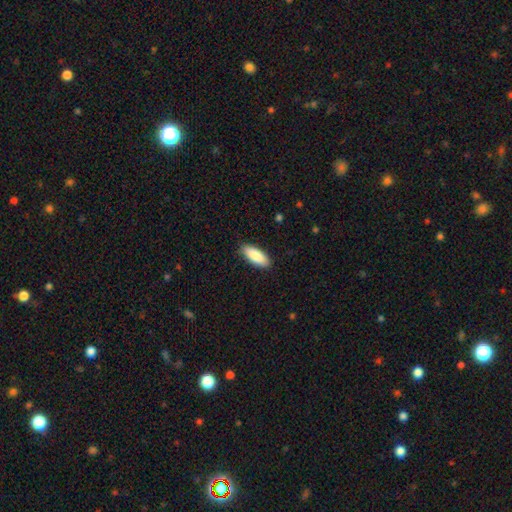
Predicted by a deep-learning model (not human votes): A smooth galaxy with no disk features (88%) that is in between round and cigar-shaped (78%).

Vote fractions:
- Smooth or featured? smooth: 88% / featured or disk: 6% / star or artifact: 6%
- How rounded? in between: 78% / cigar-shaped: 20% / round: 2%
- Merging? none: 87% / minor disturbance: 10% / major disturbance: 2% / merger: 1%